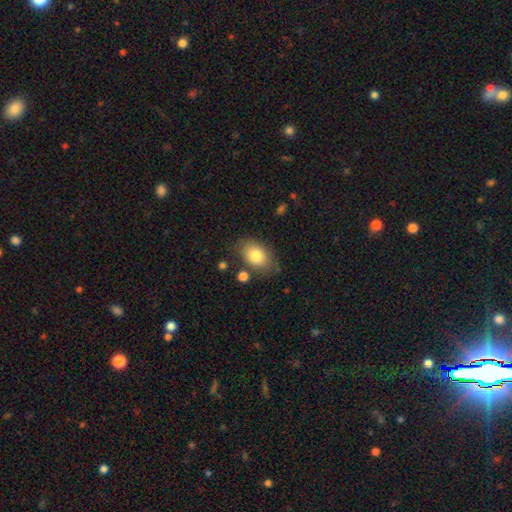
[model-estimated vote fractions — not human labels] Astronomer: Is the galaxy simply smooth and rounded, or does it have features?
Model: smooth — 81%.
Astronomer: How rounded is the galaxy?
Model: in between — 85%.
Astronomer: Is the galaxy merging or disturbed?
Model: none — 74%.